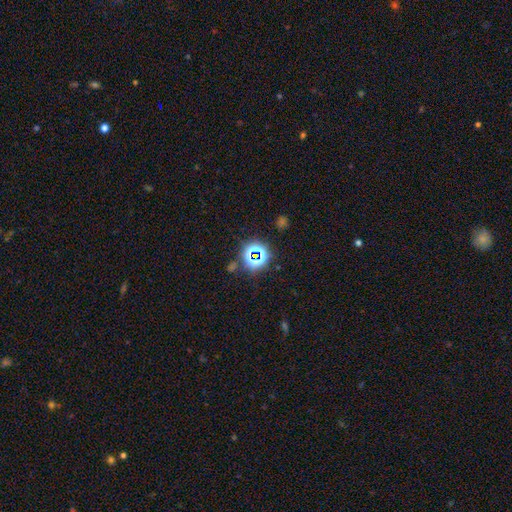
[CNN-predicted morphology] This appears to be a star or artifact, not a galaxy (67%).